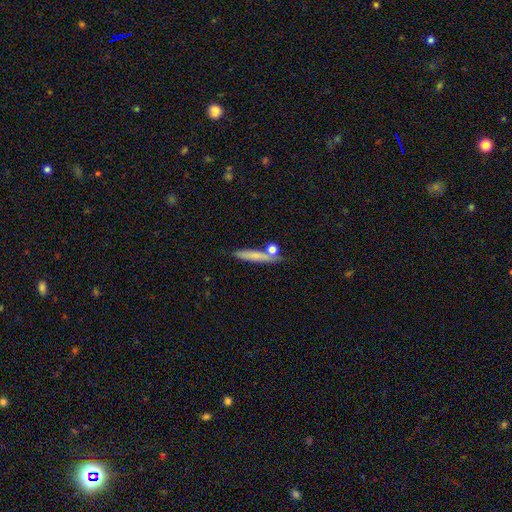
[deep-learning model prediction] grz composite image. It shows a smooth galaxy with no disk features (69%) that is cigar-shaped (86%). Merging: none (72%).